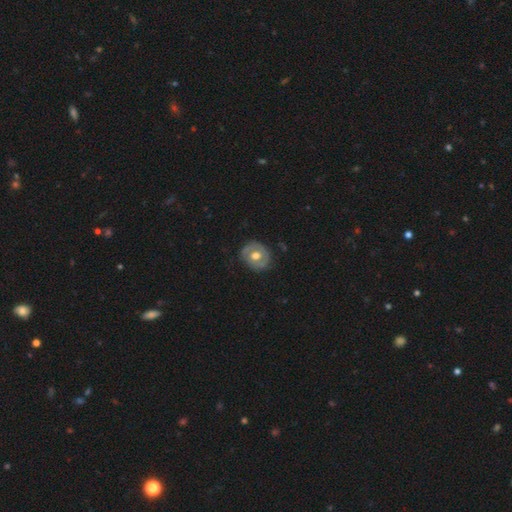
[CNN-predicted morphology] The model was most divided on "smooth or featured": featured or disk: 51%, smooth: 43%, star or artifact: 6%. More confident: edge-on disk — no (95%); merging — none (80%).